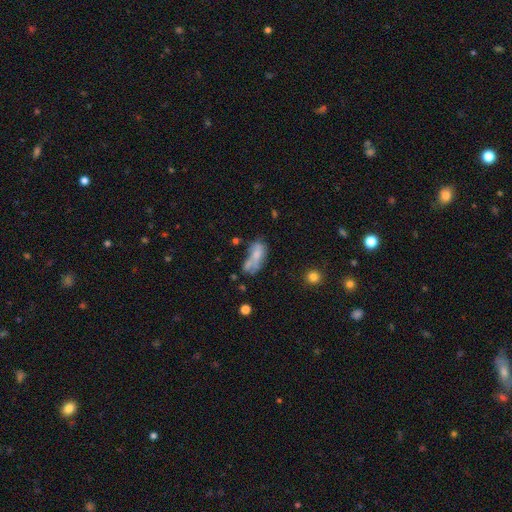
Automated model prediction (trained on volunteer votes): Overall: smooth (59%; featured or disk 31%). How rounded: in between (86%). Merging: merger (32%; none 26%).